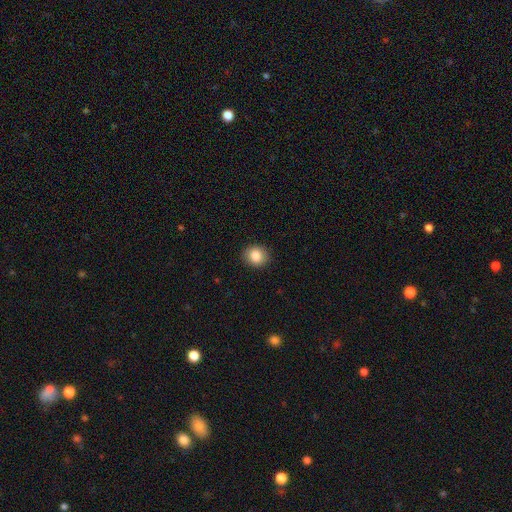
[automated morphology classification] A smooth galaxy with no disk features (85%) that is round (76%).

Vote fractions:
- Smooth or featured? smooth: 85% / star or artifact: 9% / featured or disk: 6%
- How rounded? round: 76% / in between: 23% / cigar-shaped: 1%
- Merging? none: 90% / minor disturbance: 7% / major disturbance: 2% / merger: 1%